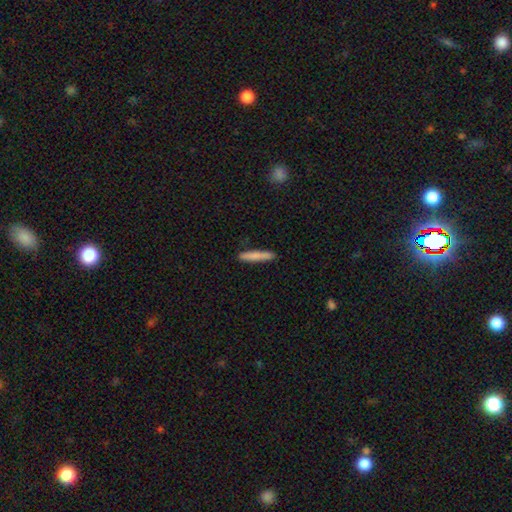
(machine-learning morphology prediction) smooth-or-featured: smooth: 79% | featured or disk: 16% | star or artifact: 6%
  how-rounded: cigar-shaped: 92% | in between: 6% | round: 1%
  merging: none: 89% | minor disturbance: 8% | major disturbance: 2% | merger: 1%